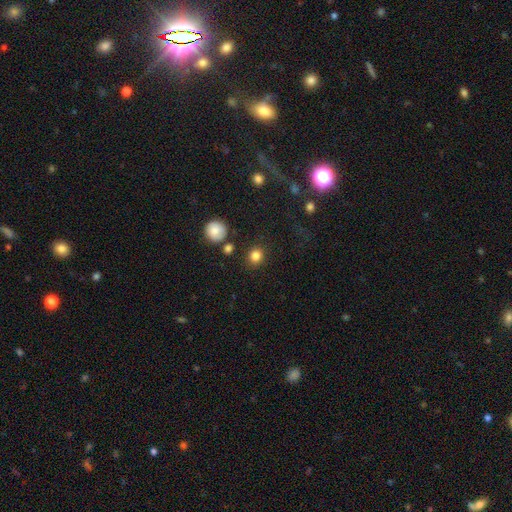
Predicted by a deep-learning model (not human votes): Smooth or featured?
  - smooth: 83% *
  - star or artifact: 12%
  - featured or disk: 5%
How rounded?
  - round: 83% *
  - in between: 16%
  - cigar-shaped: 1%
Merging?
  - none: 86% *
  - minor disturbance: 7%
  - merger: 4%
  - major disturbance: 3%